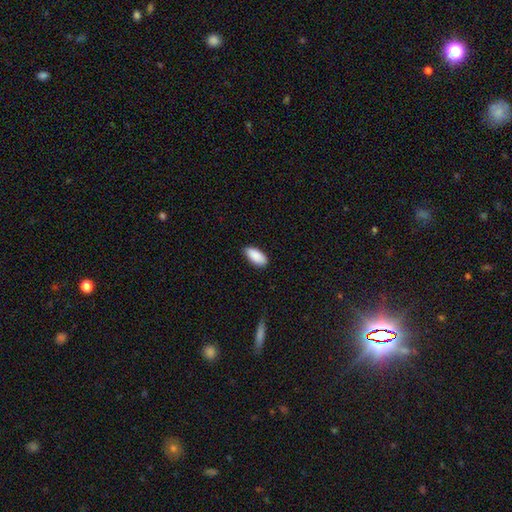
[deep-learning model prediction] A smooth galaxy with no disk features (90%) that is in between round and cigar-shaped (90%).

Vote fractions:
- Smooth or featured? smooth: 90% / star or artifact: 6% / featured or disk: 4%
- How rounded? in between: 90% / cigar-shaped: 8% / round: 2%
- Merging? none: 81% / minor disturbance: 15% / major disturbance: 2% / merger: 1%